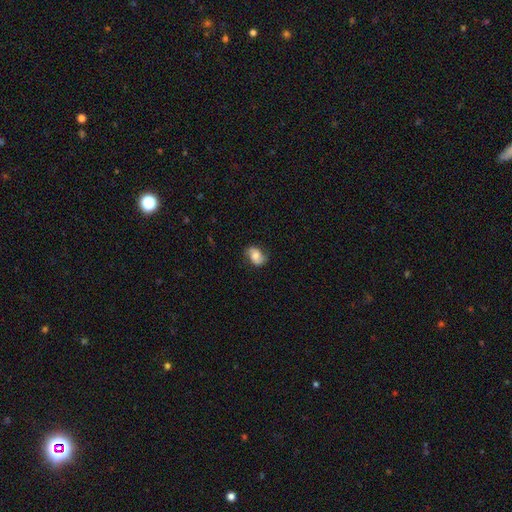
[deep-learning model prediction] smooth_or_featured: smooth (p=0.46) [alt: featured or disk p=0.45]
merging: none (p=0.75) [alt: minor disturbance p=0.18]